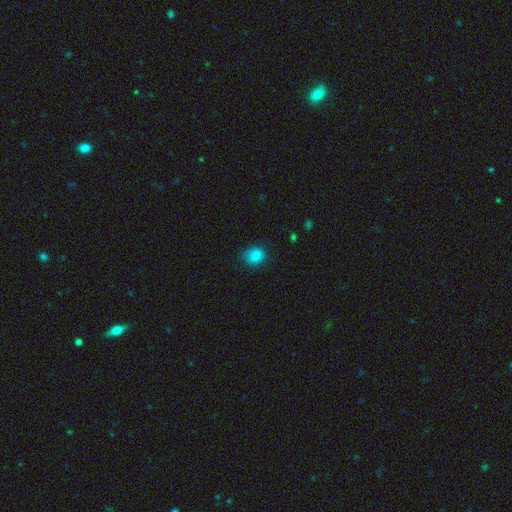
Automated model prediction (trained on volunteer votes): The model was most divided on "how rounded": round: 59%, in between: 40%, cigar-shaped: 1%. More confident: smooth or featured — smooth (83%); merging — none (76%).